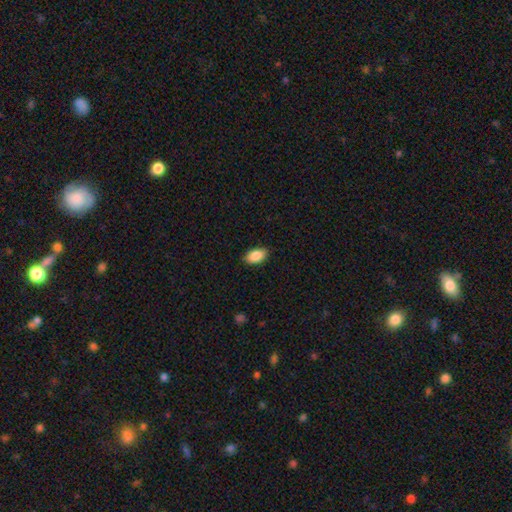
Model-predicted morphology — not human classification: Smooth or featured?
  - smooth: 89% *
  - star or artifact: 7%
  - featured or disk: 4%
How rounded?
  - in between: 93% *
  - round: 5%
  - cigar-shaped: 2%
Merging?
  - none: 87% *
  - minor disturbance: 10%
  - major disturbance: 2%
  - merger: 1%